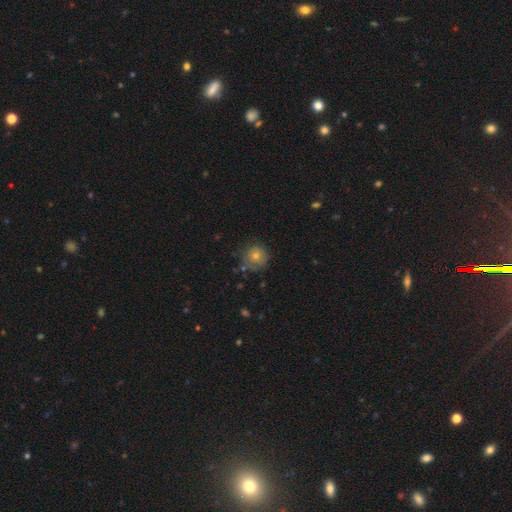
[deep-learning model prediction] Smooth or featured? Predicted: smooth (p=0.65). How rounded? Predicted: round (p=0.93). Merging? Predicted: none (p=0.74).